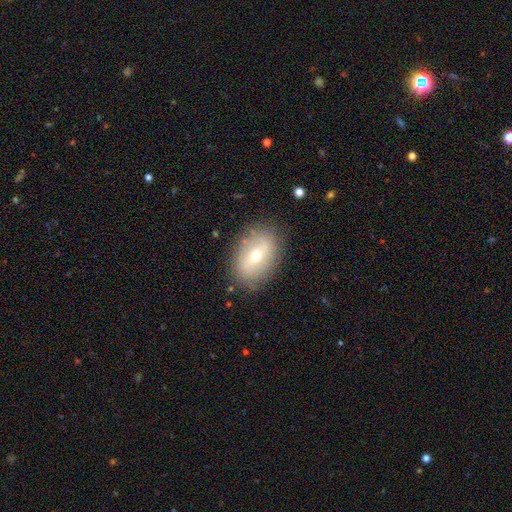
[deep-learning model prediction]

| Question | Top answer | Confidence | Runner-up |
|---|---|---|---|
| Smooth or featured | smooth | 51% | featured or disk (39%) |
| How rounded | in between | 78% | round (20%) |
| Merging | none | 84% | minor disturbance (11%) |